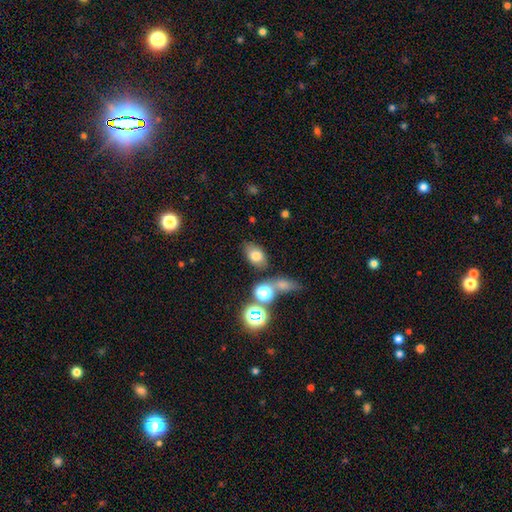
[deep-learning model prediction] Smooth or featured? smooth (76%)
How rounded? in between (82%)
Merging? none (68%)